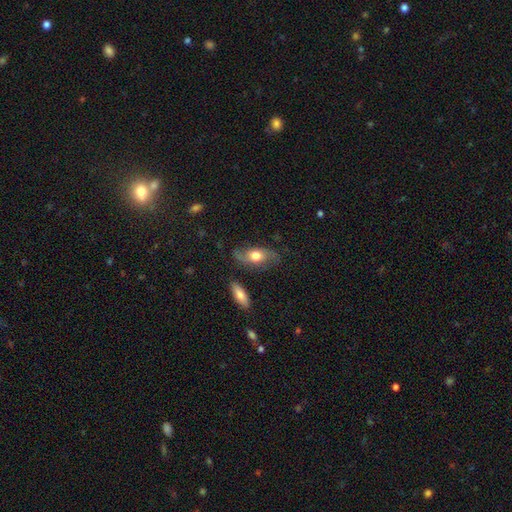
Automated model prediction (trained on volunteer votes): smooth-or-featured: featured or disk: 47% | smooth: 46% | star or artifact: 7%
  merging: none: 68% | minor disturbance: 21% | major disturbance: 8% | merger: 3%